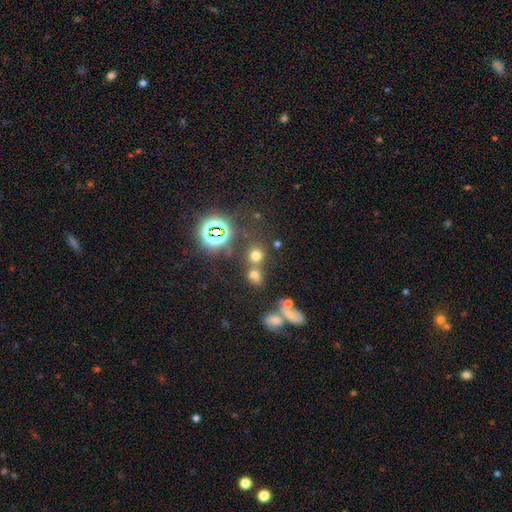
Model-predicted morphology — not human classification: This is likely a smooth galaxy (62%). How rounded: clearly round (83%). Merging: likely none (62%).